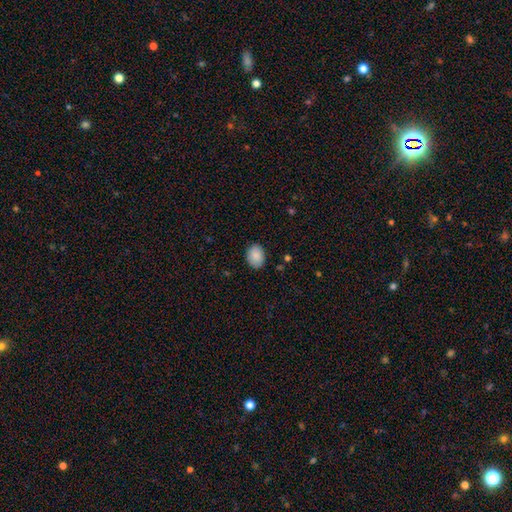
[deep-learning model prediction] This is clearly a smooth galaxy (88%). How rounded: likely in between (67%). Merging: clearly none (86%).